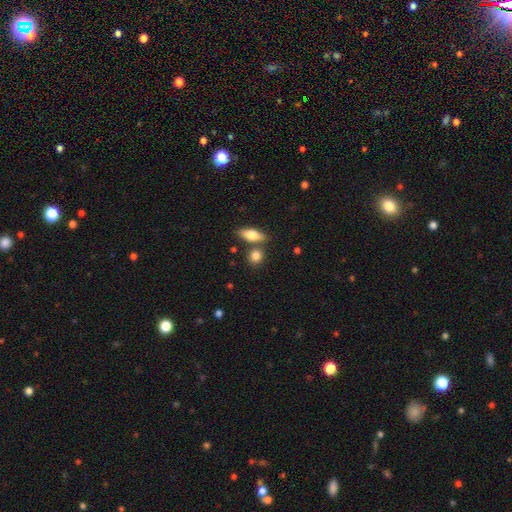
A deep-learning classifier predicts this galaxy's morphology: Smooth or featured? Predicted: smooth (p=0.82). How rounded? Predicted: round (p=0.55). Merging? Predicted: none (p=0.67).